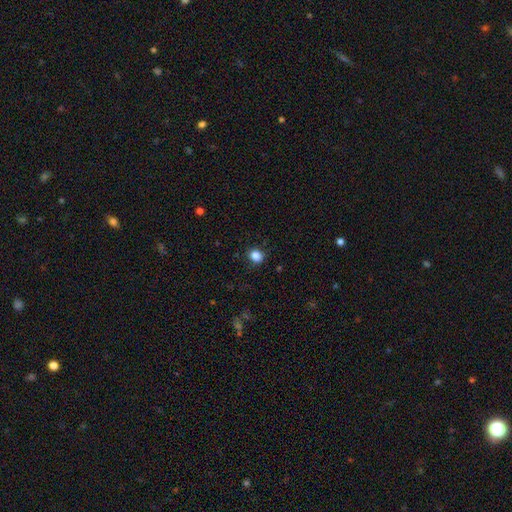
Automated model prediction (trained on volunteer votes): The model was most divided on "how rounded": round: 66%, in between: 33%, cigar-shaped: 1%. More confident: merging — none (87%); smooth or featured — smooth (85%).